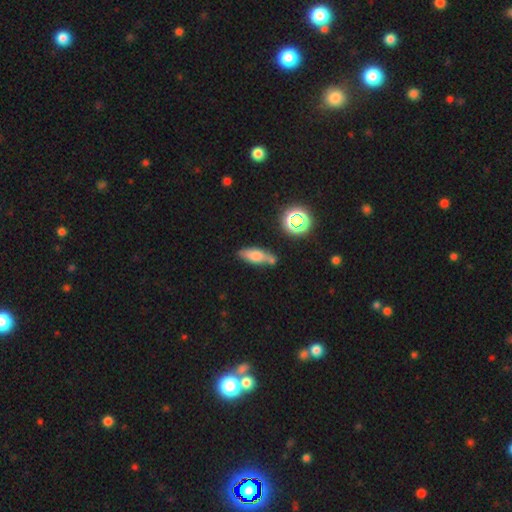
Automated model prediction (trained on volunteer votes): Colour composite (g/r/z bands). It shows a smooth galaxy with no disk features (65%) that is in between round and cigar-shaped (60%). Merging: none (60%).